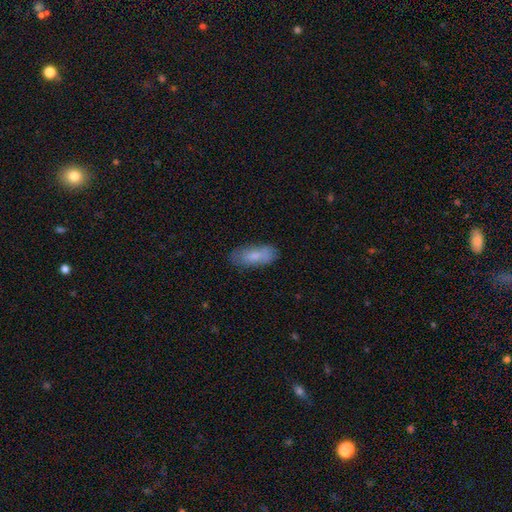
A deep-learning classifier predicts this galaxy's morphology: A smooth galaxy with no disk features (75%) that is in between round and cigar-shaped (77%).

Vote fractions:
- Smooth or featured? smooth: 75% / featured or disk: 18% / star or artifact: 7%
- How rounded? in between: 77% / cigar-shaped: 20% / round: 2%
- Merging? none: 74% / minor disturbance: 19% / major disturbance: 5% / merger: 2%